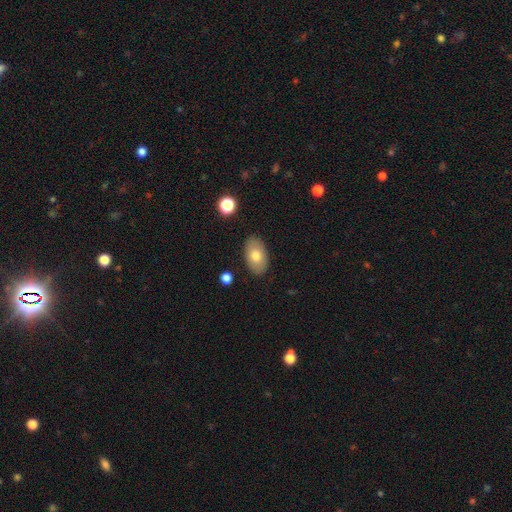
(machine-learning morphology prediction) Smooth or featured: smooth — 75% (featured or disk — 18%)
How rounded: in between — 92% (round — 7%)
Merging: none — 86% (minor disturbance — 10%)